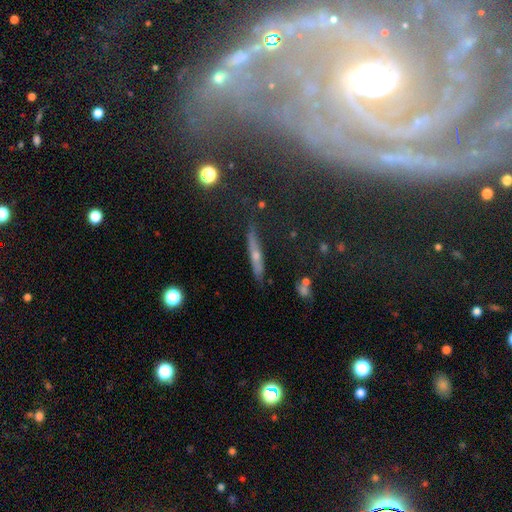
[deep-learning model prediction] smooth 47%, featured or disk 42%, star or artifact 11%. Down the decision tree: merging — none (73%).